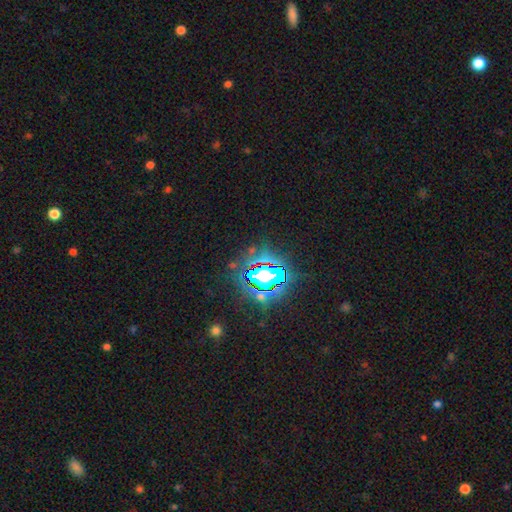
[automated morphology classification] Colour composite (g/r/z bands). It shows a star or artifact, not a galaxy (80%).